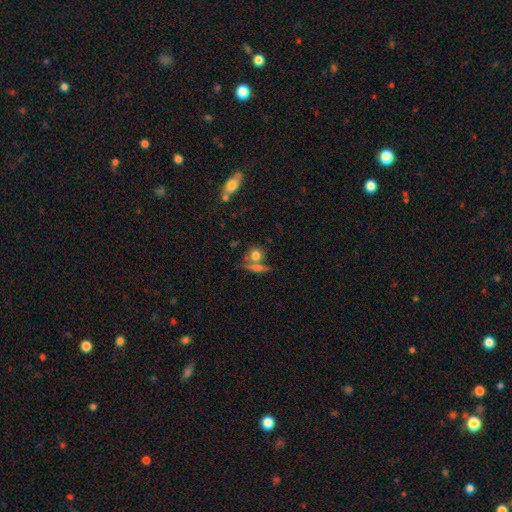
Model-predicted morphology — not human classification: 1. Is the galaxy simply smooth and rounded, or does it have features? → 71% smooth, 18% featured or disk, 11% star or artifact.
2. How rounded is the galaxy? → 63% round, 28% in between, 9% cigar-shaped.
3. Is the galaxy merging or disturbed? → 48% none, 36% merger, 11% minor disturbance, 6% major disturbance.